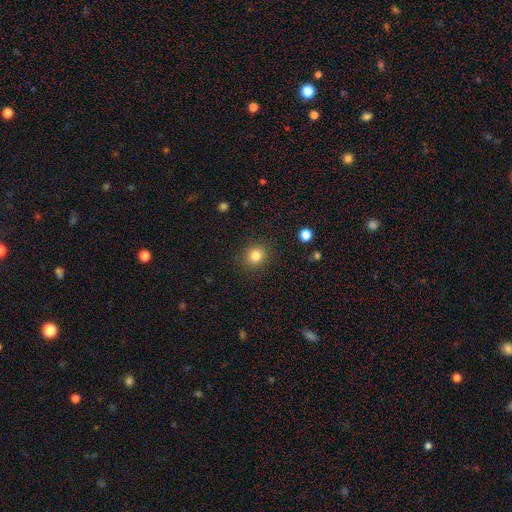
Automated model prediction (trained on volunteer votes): Q: Smooth or featured?
A: smooth (82%); runner-up: star or artifact (11%)
Q: How rounded?
A: round (80%); runner-up: in between (19%)
Q: Merging?
A: none (89%); runner-up: minor disturbance (7%)